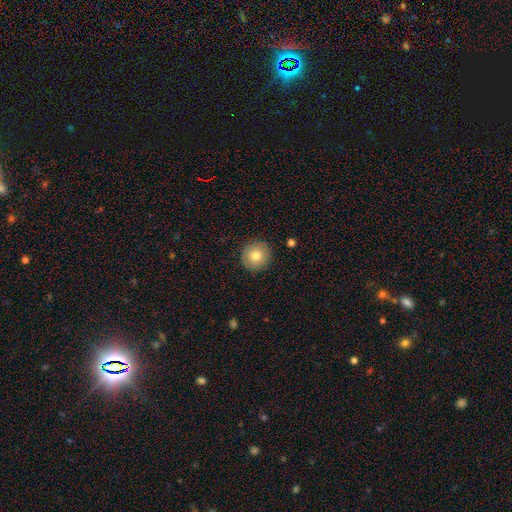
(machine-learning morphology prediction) The model was most divided on "smooth or featured": smooth: 79%, featured or disk: 12%, star or artifact: 9%. More confident: how rounded — round (94%); merging — none (91%).